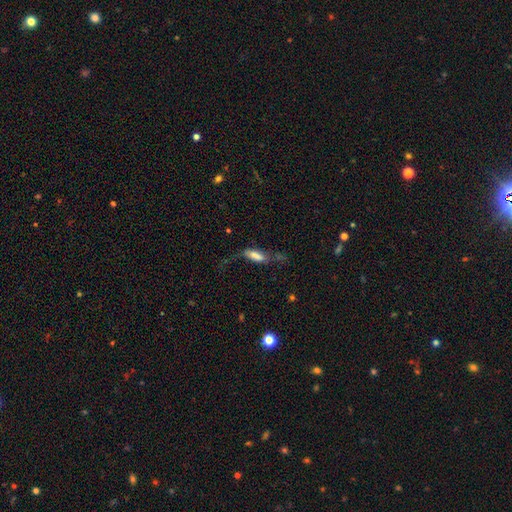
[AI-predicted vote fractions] This appears to be a smooth galaxy with no disk features (57%) that is in between round and cigar-shaped (59%). Merging: major disturbance (42%).